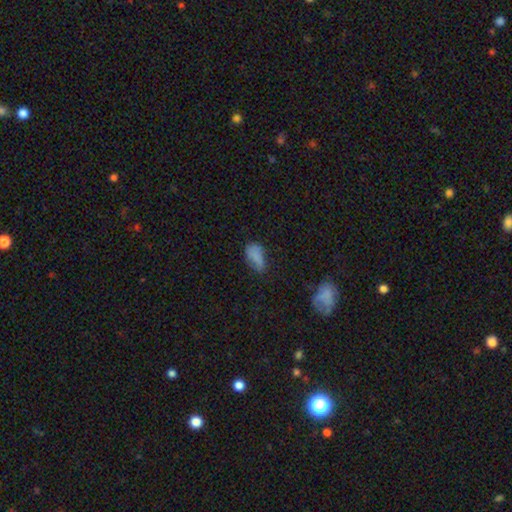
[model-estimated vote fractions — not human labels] Smooth or featured: smooth — 73% (star or artifact — 14%)
How rounded: in between — 90% (round — 5%)
Merging: none — 45% (minor disturbance — 35%)